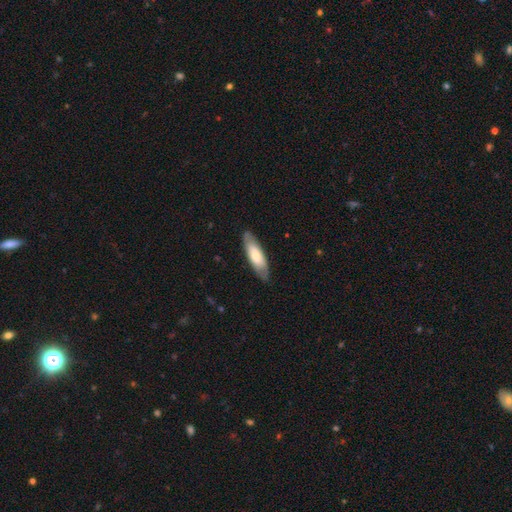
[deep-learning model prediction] Smooth or featured: smooth — 65% (featured or disk — 30%)
How rounded: in between — 50% (cigar-shaped — 49%)
Merging: none — 83% (minor disturbance — 14%)